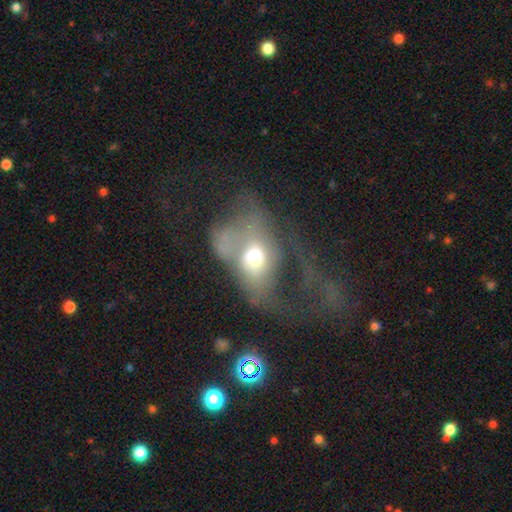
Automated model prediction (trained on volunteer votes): This is possibly a featured or disk galaxy (47%). Merging: likely major disturbance (67%).